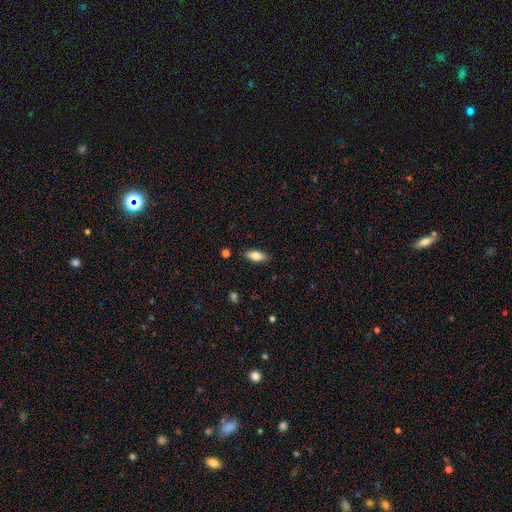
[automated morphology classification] Smooth or featured?
  - smooth: 79% *
  - featured or disk: 14%
  - star or artifact: 7%
How rounded?
  - in between: 82% *
  - cigar-shaped: 15%
  - round: 2%
Merging?
  - none: 87% *
  - minor disturbance: 9%
  - major disturbance: 2%
  - merger: 1%